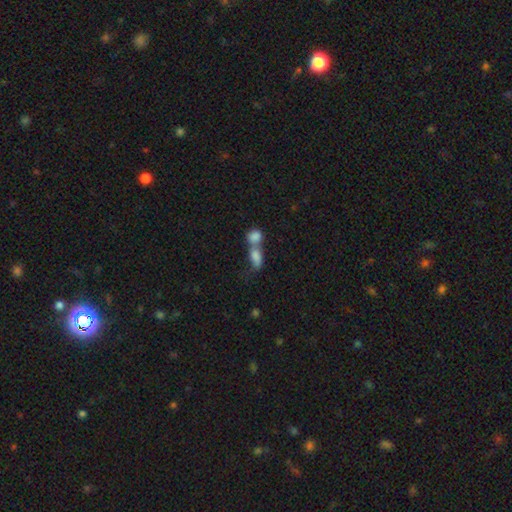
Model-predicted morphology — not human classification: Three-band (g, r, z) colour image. It shows a smooth galaxy with no disk features (78%) that is in between round and cigar-shaped (75%). Merging: merger (76%).